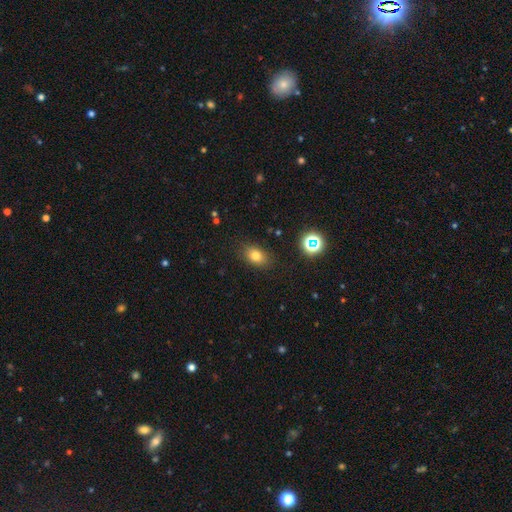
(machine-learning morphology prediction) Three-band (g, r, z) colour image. It shows a smooth galaxy with no disk features (76%) that is in between round and cigar-shaped (72%). Merging: none (85%).